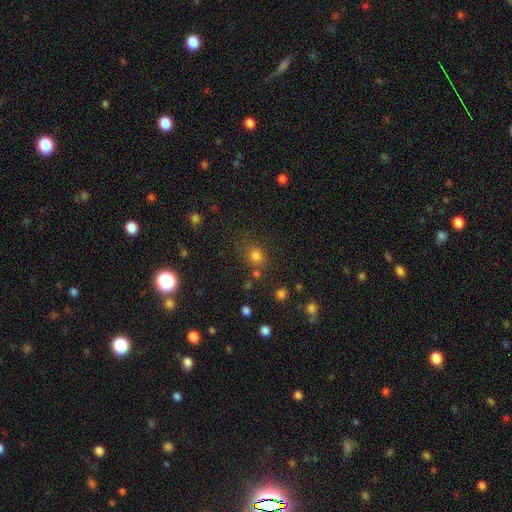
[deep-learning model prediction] Overall: smooth (76%). How rounded: round (82%). Merging: none (74%).